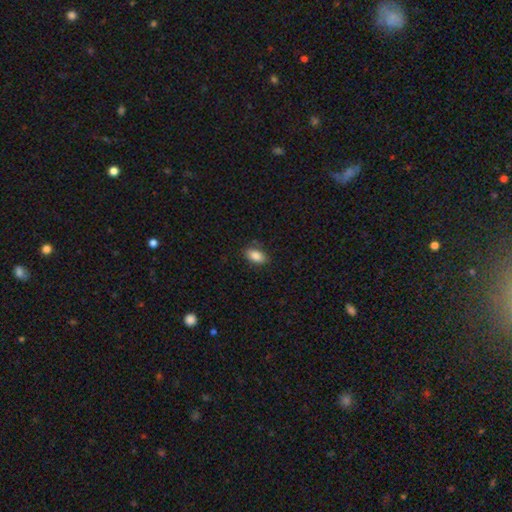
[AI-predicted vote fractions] This appears to be a smooth galaxy with no disk features (87%) that is in between round and cigar-shaped (91%). Merging: none (84%).